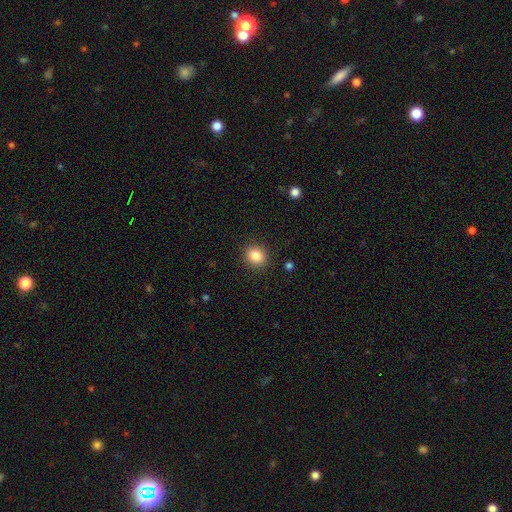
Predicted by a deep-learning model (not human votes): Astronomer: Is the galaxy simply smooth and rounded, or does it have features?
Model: smooth — 85%.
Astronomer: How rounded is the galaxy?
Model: round — 77%.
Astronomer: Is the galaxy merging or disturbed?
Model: none — 90%.